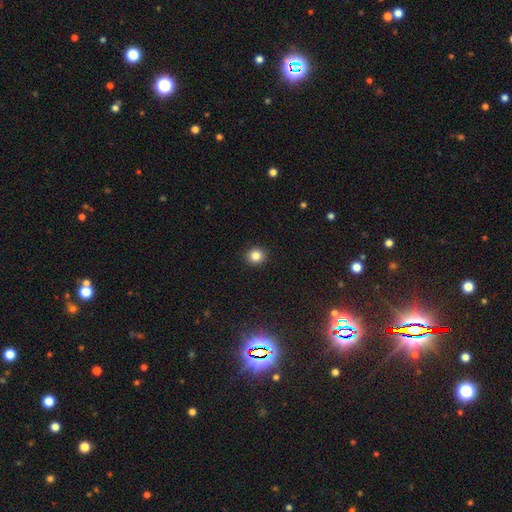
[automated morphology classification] The model was most divided on "smooth or featured": smooth: 83%, star or artifact: 12%, featured or disk: 5%. More confident: merging — none (93%); how rounded — round (88%).